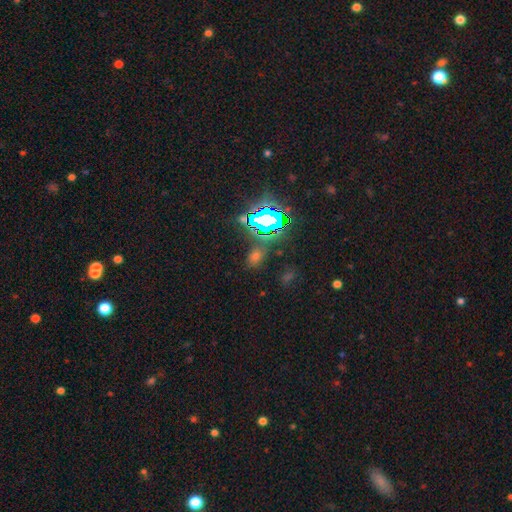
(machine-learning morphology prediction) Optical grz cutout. It shows a star or artifact, not a galaxy (52%).